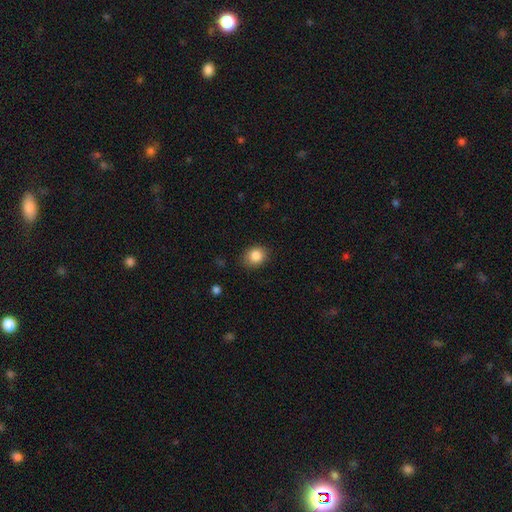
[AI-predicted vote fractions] The model was most divided on "how rounded": round: 57%, in between: 42%, cigar-shaped: 1%. More confident: smooth or featured — smooth (86%); merging — none (83%).